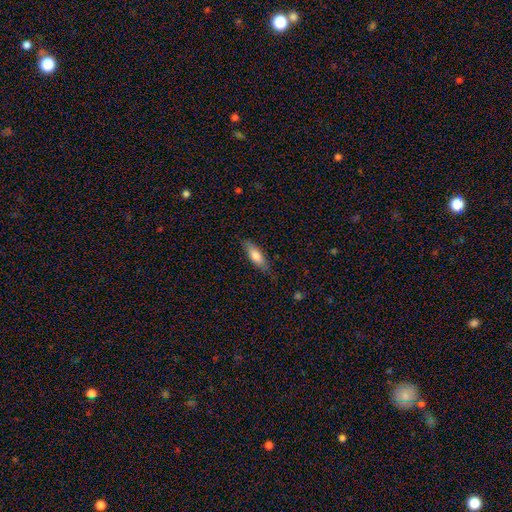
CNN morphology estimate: smooth_or_featured: smooth (p=0.74) [alt: featured or disk p=0.20]
how_rounded: in between (p=0.53) [alt: cigar-shaped p=0.45]
merging: none (p=0.77) [alt: minor disturbance p=0.18]